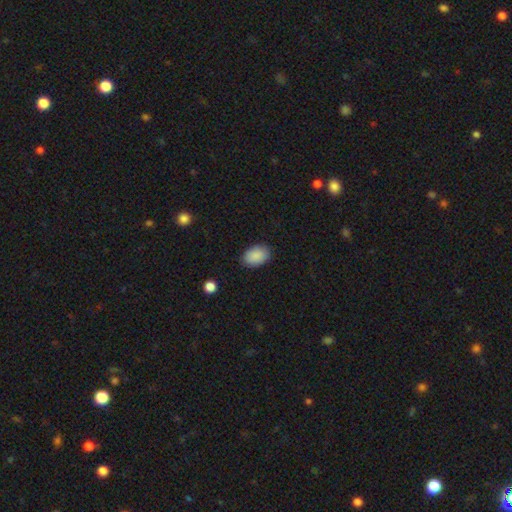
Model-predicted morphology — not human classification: A smooth galaxy with no disk features (89%) that is in between round and cigar-shaped (87%).

Vote fractions:
- Smooth or featured? smooth: 89% / star or artifact: 7% / featured or disk: 4%
- How rounded? in between: 87% / round: 12% / cigar-shaped: 1%
- Merging? none: 85% / minor disturbance: 11% / major disturbance: 3% / merger: 1%